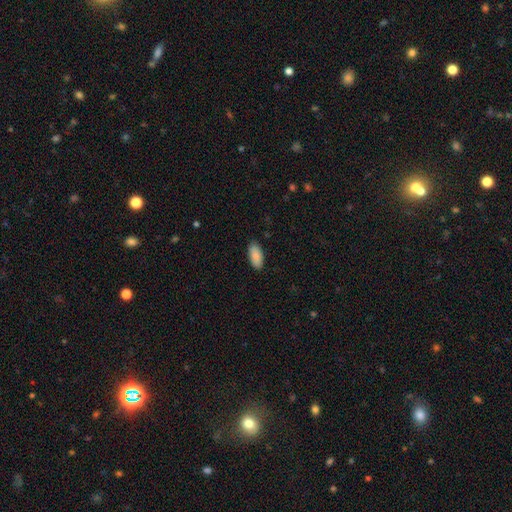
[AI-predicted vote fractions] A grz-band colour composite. It shows a smooth galaxy with no disk features (90%) that is in between round and cigar-shaped (90%). Merging: none (89%).